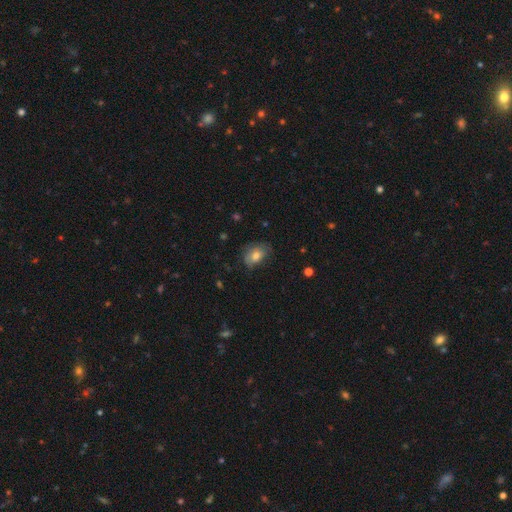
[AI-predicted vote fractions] Morphology: type=smooth (67%); roundness=in between (75%); merging=none (59%).